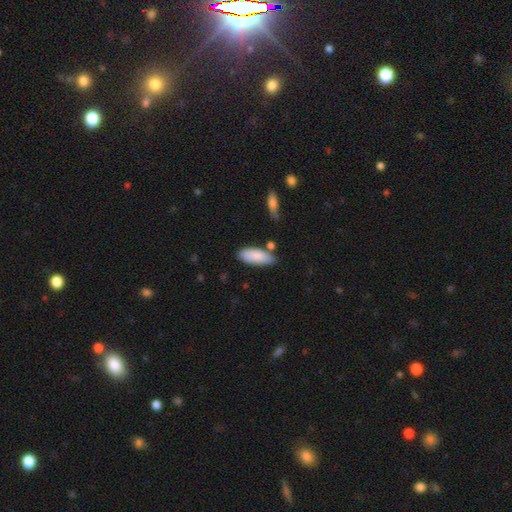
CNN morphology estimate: This is clearly a smooth galaxy (86%). How rounded: likely in between (80%). Merging: likely none (71%).